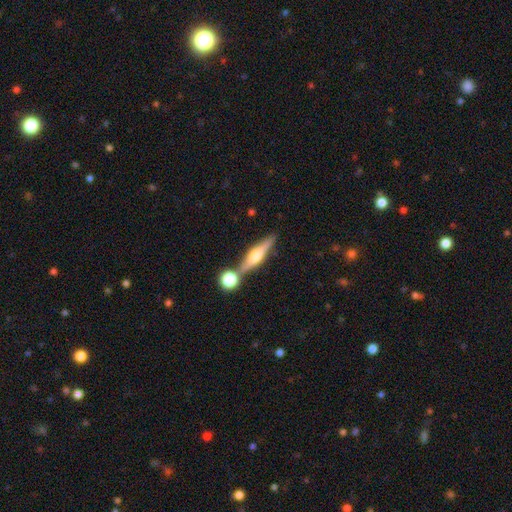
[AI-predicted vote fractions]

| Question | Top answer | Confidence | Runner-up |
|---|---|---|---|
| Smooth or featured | featured or disk | 69% | smooth (25%) |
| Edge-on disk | yes | 96% | no (4%) |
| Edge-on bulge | rounded | 91% | boxy (7%) |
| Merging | none | 71% | merger (17%) |